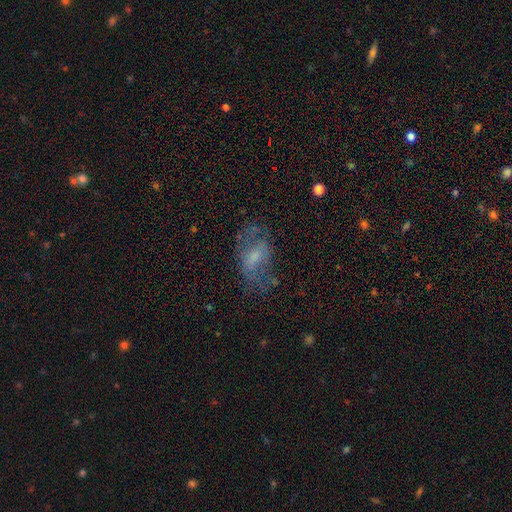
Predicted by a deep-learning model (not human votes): smooth_or_featured: featured or disk (p=0.49) [alt: smooth p=0.38]
merging: none (p=0.51) [alt: major disturbance p=0.24]